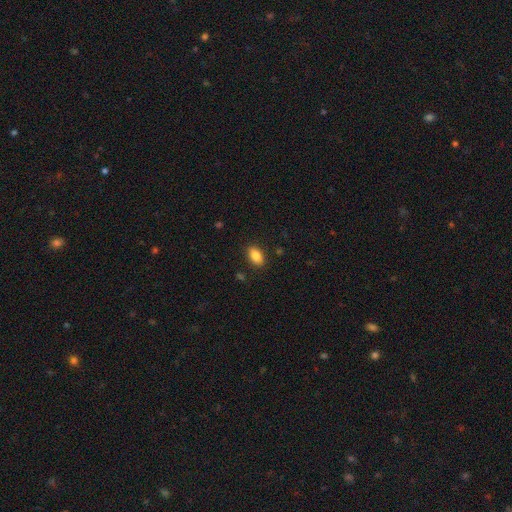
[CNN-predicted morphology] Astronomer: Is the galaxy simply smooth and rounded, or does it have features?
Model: smooth — 85%.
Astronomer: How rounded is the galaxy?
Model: in between — 91%.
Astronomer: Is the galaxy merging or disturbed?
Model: none — 88%.